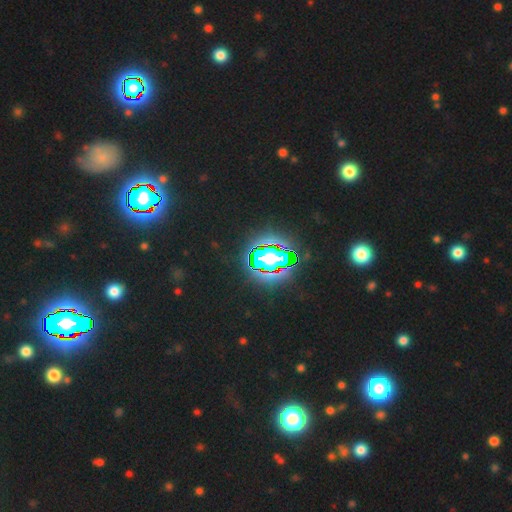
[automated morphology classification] type=star or artifact (83%).